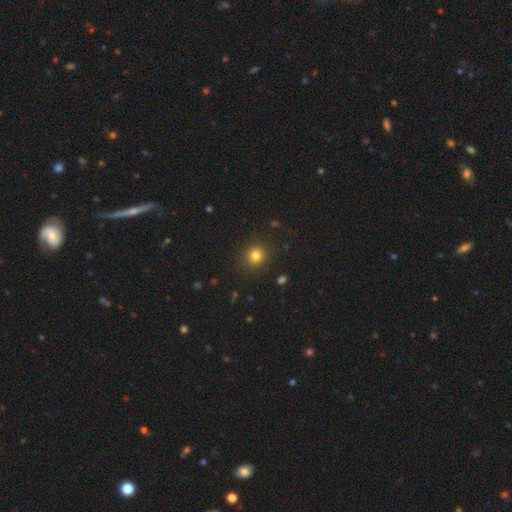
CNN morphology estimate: A smooth galaxy with no disk features (79%) that is round (88%). Merging: none (90%).